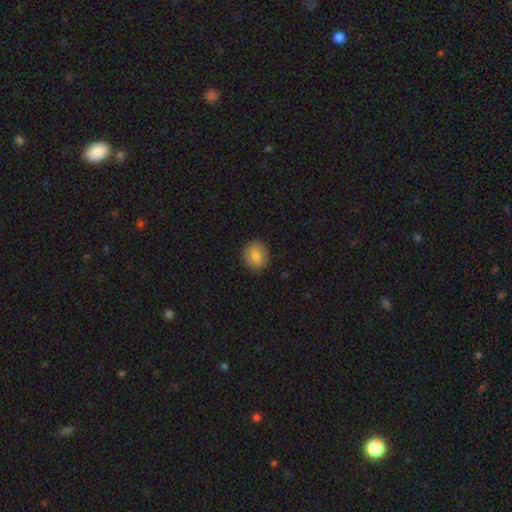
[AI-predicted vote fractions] Overall: smooth (77%). How rounded: round (71%). Merging: none (87%).